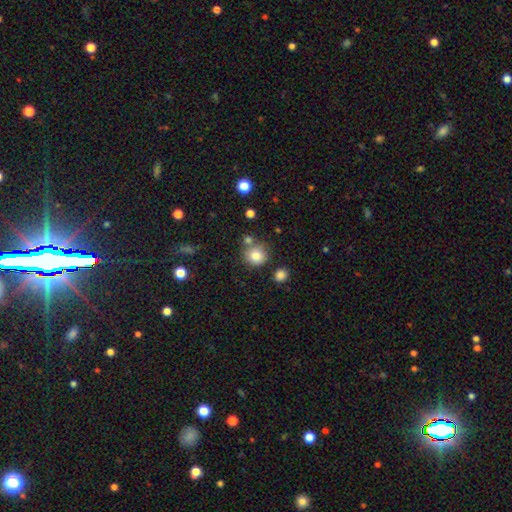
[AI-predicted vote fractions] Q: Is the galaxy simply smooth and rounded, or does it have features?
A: smooth — 80%.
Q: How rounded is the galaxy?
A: round — 89%.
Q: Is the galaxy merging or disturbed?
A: none — 70%.